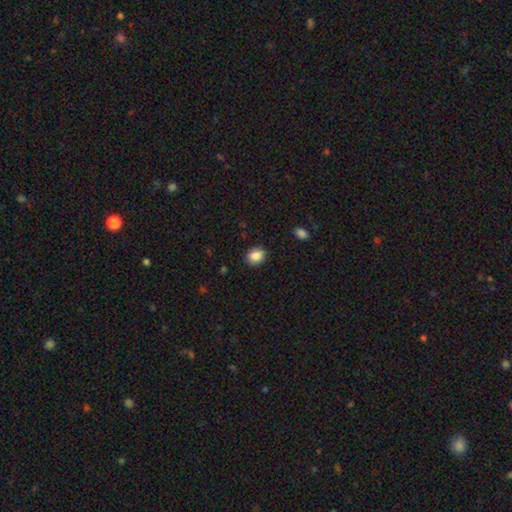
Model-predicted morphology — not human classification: Q: Smooth or featured?
A: smooth (87%); runner-up: star or artifact (9%)
Q: How rounded?
A: round (60%); runner-up: in between (40%)
Q: Merging?
A: none (89%); runner-up: minor disturbance (8%)